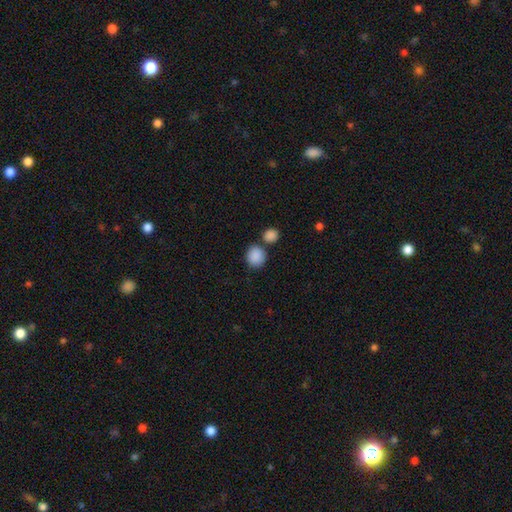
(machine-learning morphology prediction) Smooth or featured: smooth — 88% (star or artifact — 8%)
How rounded: round — 79% (in between — 20%)
Merging: none — 68% (merger — 18%)